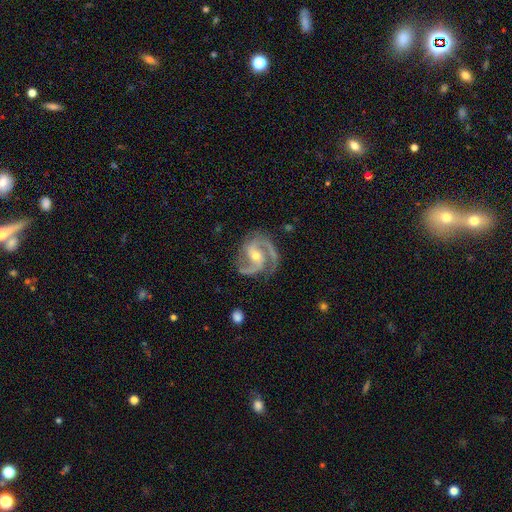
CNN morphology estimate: Q: Smooth or featured?
A: featured or disk (93%); runner-up: star or artifact (4%)
Q: Edge-on disk?
A: no (98%); runner-up: yes (2%)
Q: Bar?
A: no (38%); runner-up: weak (37%)
Q: Spiral arms?
A: yes (98%); runner-up: no (2%)
Q: Spiral winding?
A: medium (61%); runner-up: tight (24%)
Q: Spiral arm count?
A: 2 (70%); runner-up: 3 (22%)
Q: Bulge size?
A: moderate (56%); runner-up: small (41%)
Q: Merging?
A: none (75%); runner-up: minor disturbance (16%)